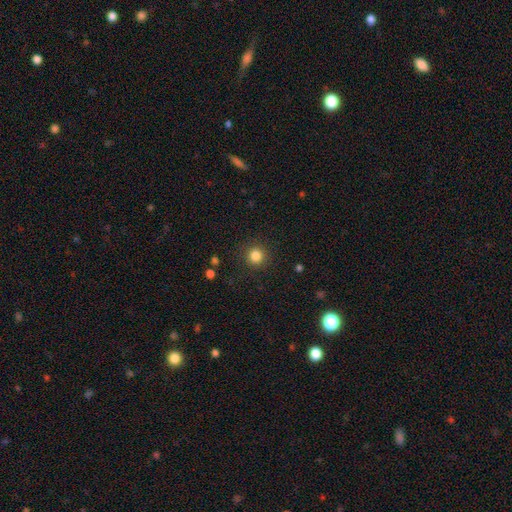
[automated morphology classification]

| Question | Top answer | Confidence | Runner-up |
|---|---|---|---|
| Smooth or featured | smooth | 84% | star or artifact (12%) |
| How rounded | round | 93% | in between (6%) |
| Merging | none | 90% | minor disturbance (7%) |